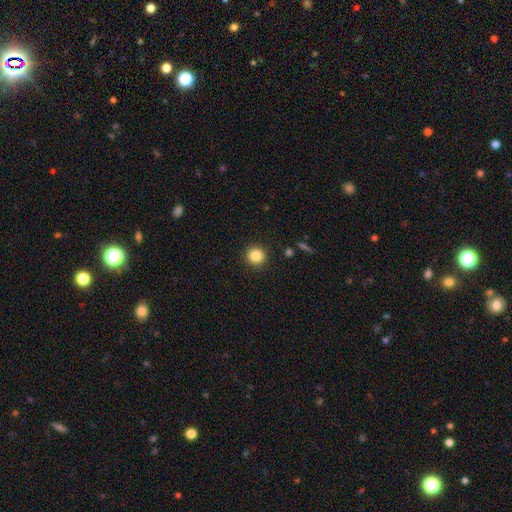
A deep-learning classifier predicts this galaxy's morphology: Smooth or featured?
  - smooth: 85% *
  - star or artifact: 11%
  - featured or disk: 5%
How rounded?
  - round: 92% *
  - in between: 7%
  - cigar-shaped: 1%
Merging?
  - none: 91% *
  - minor disturbance: 6%
  - major disturbance: 2%
  - merger: 1%